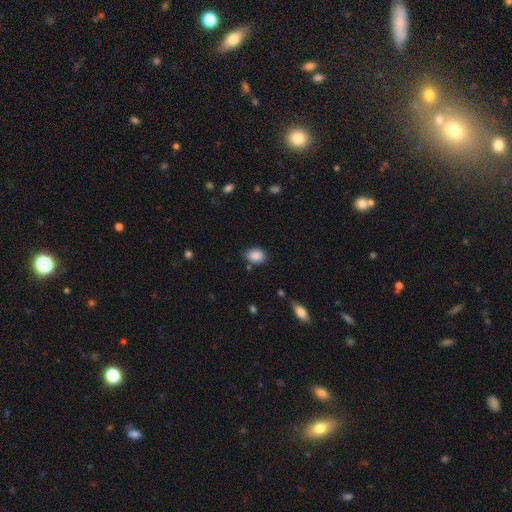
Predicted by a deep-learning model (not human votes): Overall: smooth (88%). How rounded: in between (71%). Merging: none (76%).